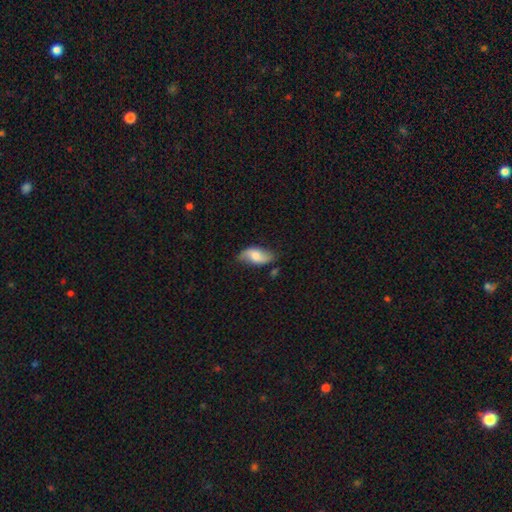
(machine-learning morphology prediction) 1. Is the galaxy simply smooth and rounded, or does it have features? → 49% smooth, 43% featured or disk, 7% star or artifact.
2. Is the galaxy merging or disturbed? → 69% none, 23% minor disturbance, 5% major disturbance, 2% merger.